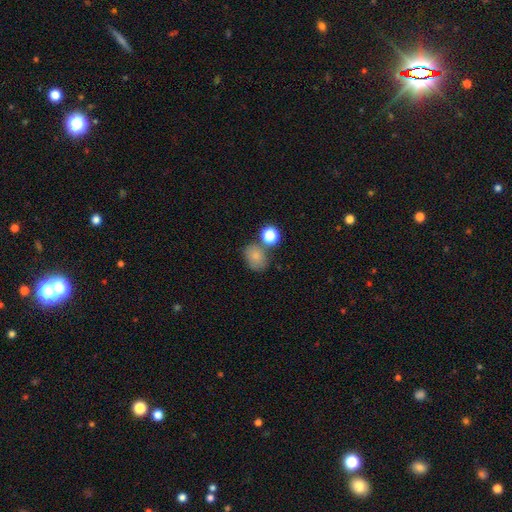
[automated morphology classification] type=smooth (78%); roundness=in between (54%); merging=none (59%).